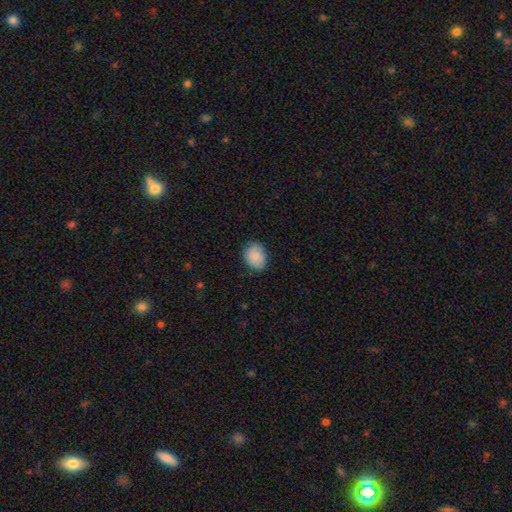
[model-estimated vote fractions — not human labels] Smooth or featured?
  - smooth: 87% *
  - star or artifact: 7%
  - featured or disk: 6%
How rounded?
  - in between: 58% *
  - round: 41%
  - cigar-shaped: 1%
Merging?
  - none: 81% *
  - minor disturbance: 15%
  - major disturbance: 3%
  - merger: 1%